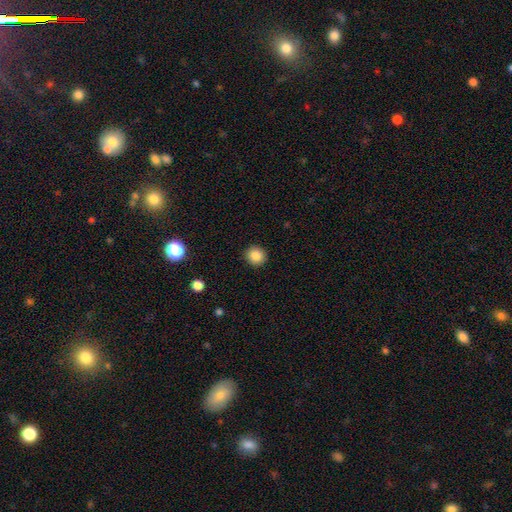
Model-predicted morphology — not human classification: Smooth or featured?
  - smooth: 86% *
  - star or artifact: 10%
  - featured or disk: 4%
How rounded?
  - round: 88% *
  - in between: 11%
  - cigar-shaped: 1%
Merging?
  - none: 91% *
  - minor disturbance: 6%
  - major disturbance: 2%
  - merger: 1%